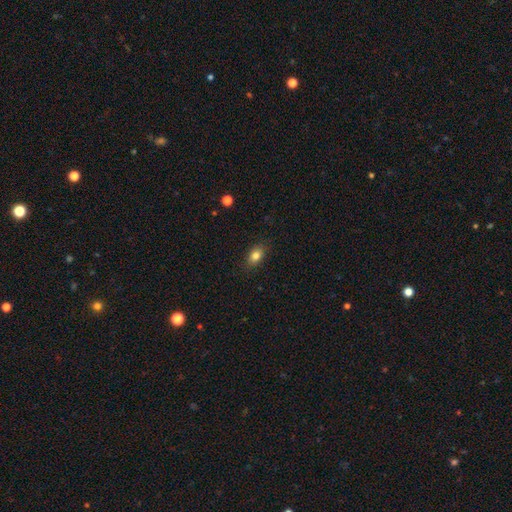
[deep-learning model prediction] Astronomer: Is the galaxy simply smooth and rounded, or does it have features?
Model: smooth — 82%.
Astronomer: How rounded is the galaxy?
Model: in between — 83%.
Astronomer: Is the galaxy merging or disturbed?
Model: none — 86%.